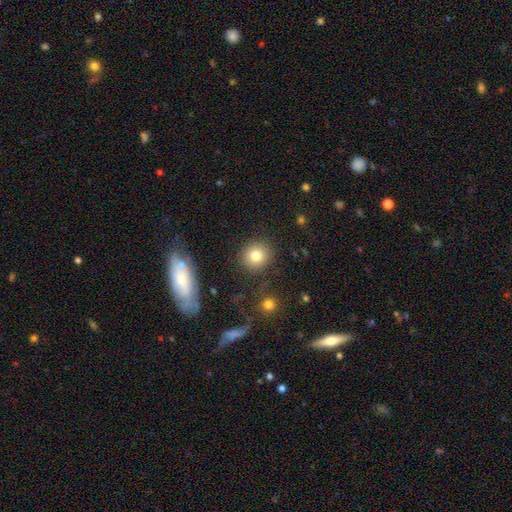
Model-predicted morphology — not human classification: A smooth galaxy with no disk features (80%) that is round (89%). Merging: none (88%).